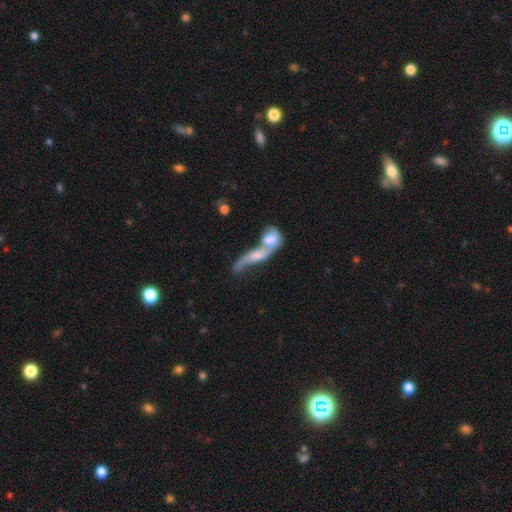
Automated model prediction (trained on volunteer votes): Smooth or featured: featured or disk — 52% (smooth — 40%)
Edge-on disk: no — 78% (yes — 22%)
Merging: merger — 73% (none — 12%)